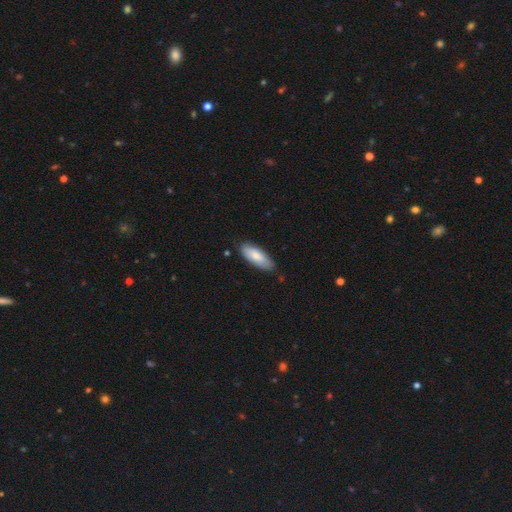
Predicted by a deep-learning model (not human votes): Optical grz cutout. It shows a smooth galaxy with no disk features (77%) that is in between round and cigar-shaped (74%). Merging: none (79%).